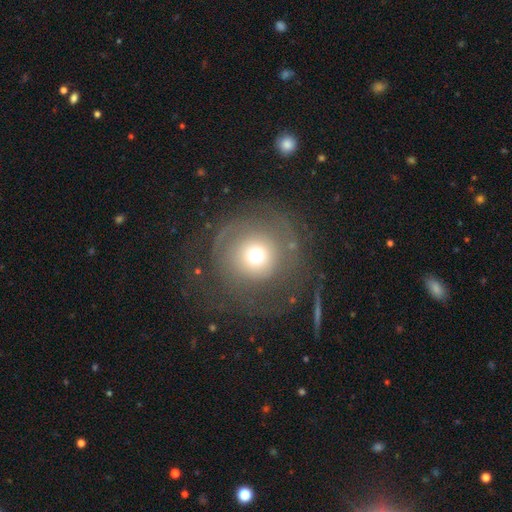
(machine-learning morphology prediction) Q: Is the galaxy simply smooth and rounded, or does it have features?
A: smooth — 48%.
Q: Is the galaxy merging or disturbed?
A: none — 57%.